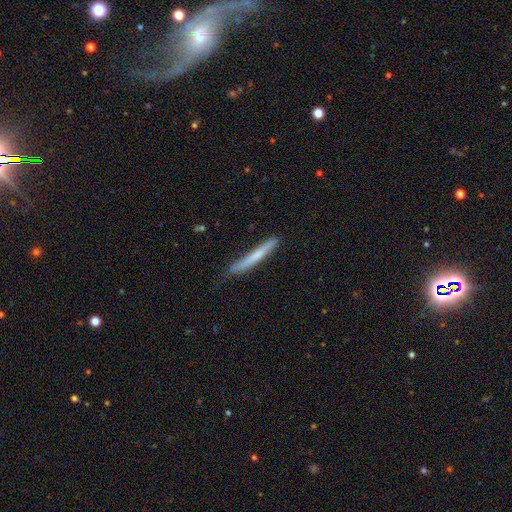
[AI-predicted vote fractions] Smooth or featured?
  - smooth: 62% *
  - featured or disk: 32%
  - star or artifact: 6%
How rounded?
  - cigar-shaped: 96% *
  - in between: 2%
  - round: 1%
Merging?
  - none: 77% *
  - minor disturbance: 19%
  - major disturbance: 3%
  - merger: 2%